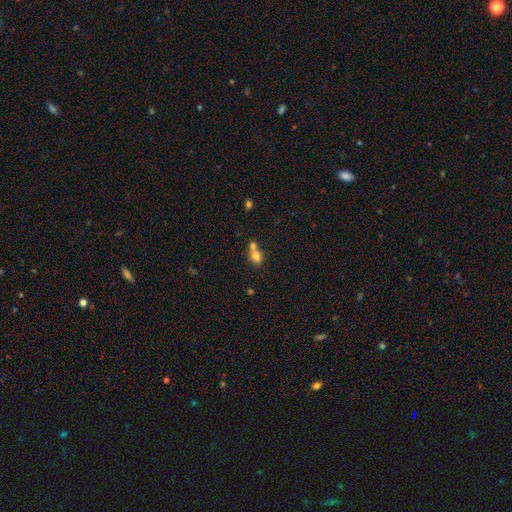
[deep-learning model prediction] This appears to be a smooth galaxy with no disk features (76%) that is in between round and cigar-shaped (52%). Merging: merger (58%).